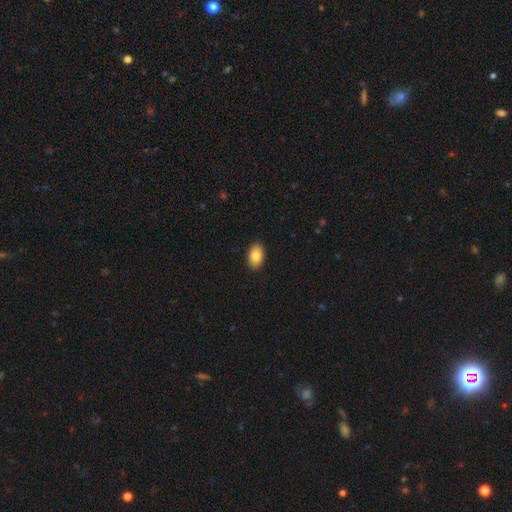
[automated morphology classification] smooth 84%, featured or disk 9%, star or artifact 7%. Down the decision tree: how rounded — in between (91%); merging — none (90%).